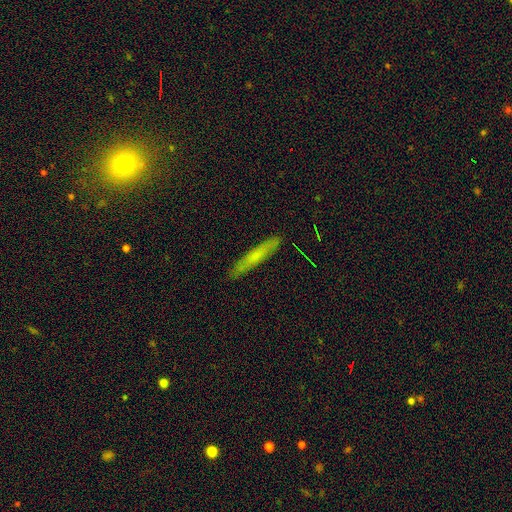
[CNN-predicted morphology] smooth-or-featured: smooth: 58% | featured or disk: 34% | star or artifact: 8%
  how-rounded: cigar-shaped: 95% | in between: 4% | round: 1%
  merging: none: 89% | minor disturbance: 9% | major disturbance: 2% | merger: 1%